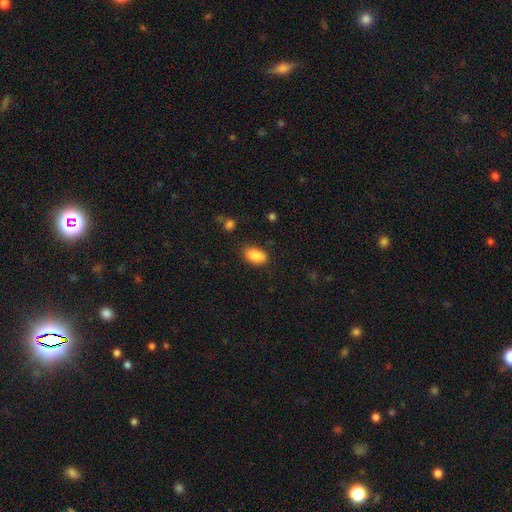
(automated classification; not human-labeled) A smooth galaxy with no disk features (89%) that is in between round and cigar-shaped (92%).

Vote fractions:
- Smooth or featured? smooth: 89% / star or artifact: 7% / featured or disk: 4%
- How rounded? in between: 92% / round: 4% / cigar-shaped: 3%
- Merging? none: 83% / minor disturbance: 12% / major disturbance: 3% / merger: 2%